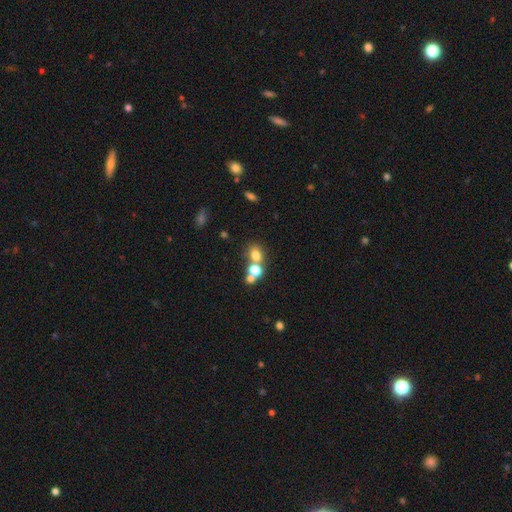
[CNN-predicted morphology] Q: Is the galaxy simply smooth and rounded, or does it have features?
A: smooth — 70%.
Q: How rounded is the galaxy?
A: round — 61%.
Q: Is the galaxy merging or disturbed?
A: none — 47%.